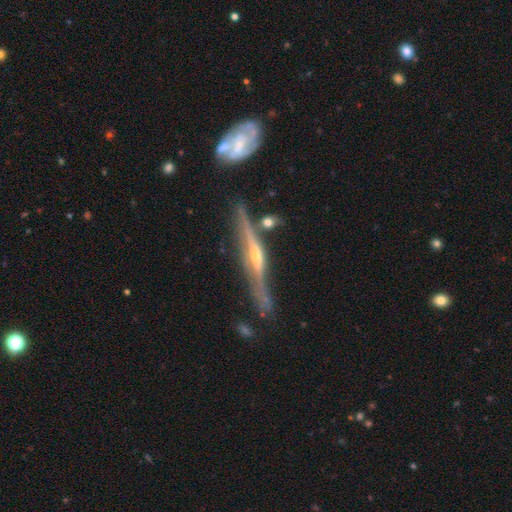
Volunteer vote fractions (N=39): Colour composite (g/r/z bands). It shows a featured or disk galaxy (85%) viewed edge-on (97%) with a rounded central bulge (78%). Merging: none (67%).